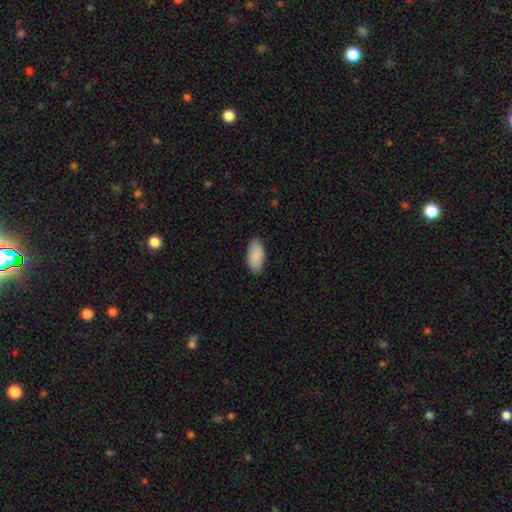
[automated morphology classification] A smooth galaxy with no disk features (90%) that is in between round and cigar-shaped (92%).

Vote fractions:
- Smooth or featured? smooth: 90% / star or artifact: 6% / featured or disk: 4%
- How rounded? in between: 92% / cigar-shaped: 6% / round: 2%
- Merging? none: 86% / minor disturbance: 11% / major disturbance: 2% / merger: 1%